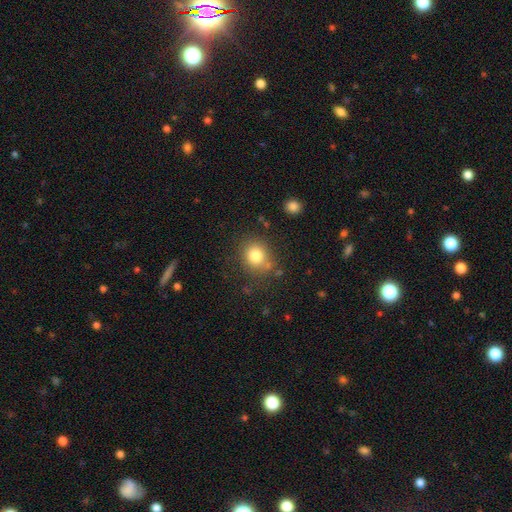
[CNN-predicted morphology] Smooth or featured? smooth (80%)
How rounded? round (79%)
Merging? none (76%)